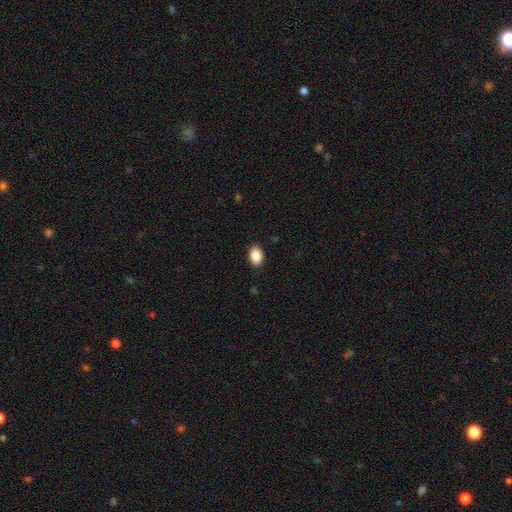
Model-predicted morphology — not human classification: This appears to be a smooth galaxy with no disk features (89%) that is in between round and cigar-shaped (87%). Merging: none (89%).